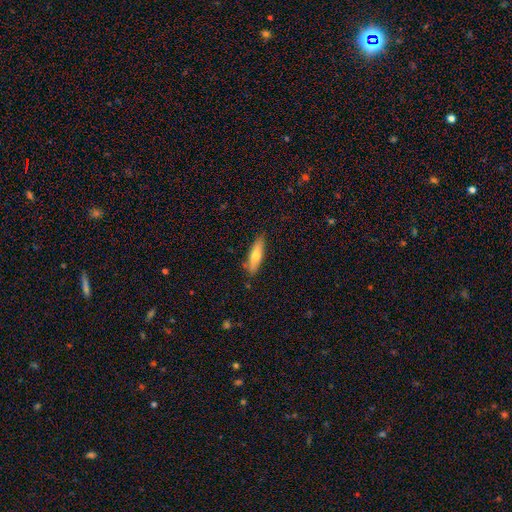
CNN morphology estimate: type=smooth (62%); roundness=cigar-shaped (65%); merging=none (83%).